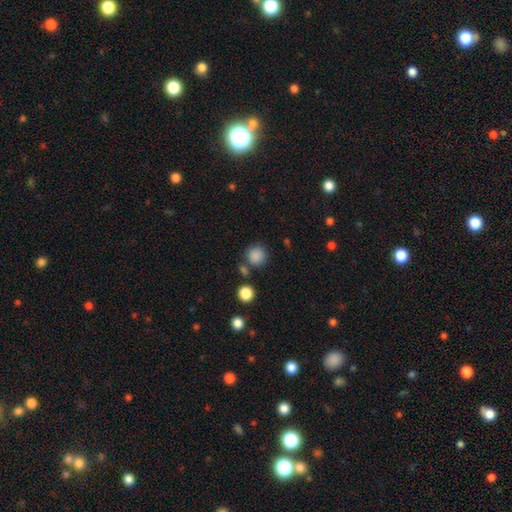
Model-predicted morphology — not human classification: Smooth or featured? smooth (85%)
How rounded? round (93%)
Merging? none (78%)